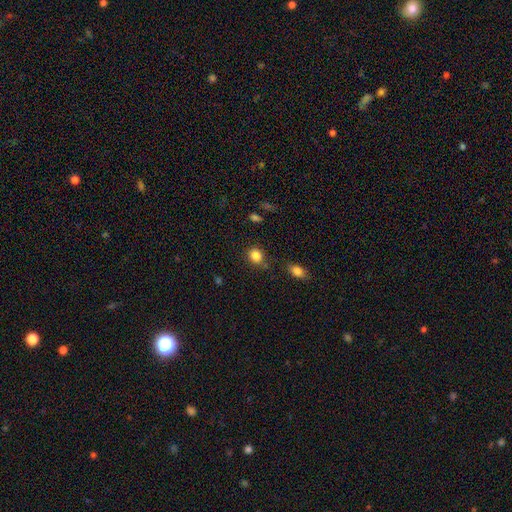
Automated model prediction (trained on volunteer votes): Overall: smooth (85%). How rounded: round (66%; in between 33%). Merging: none (77%).